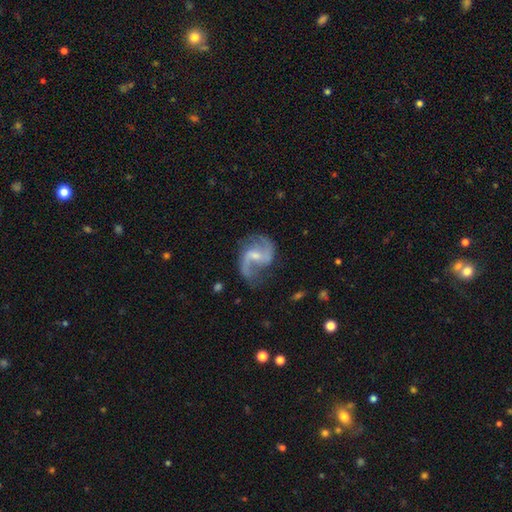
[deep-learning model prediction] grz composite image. It shows a featured or disk galaxy (90%) with a weak bar (56%), 2 (92%) loose (55%) spiral arms (97%) and a small central bulge (52%). Merging: none (70%).